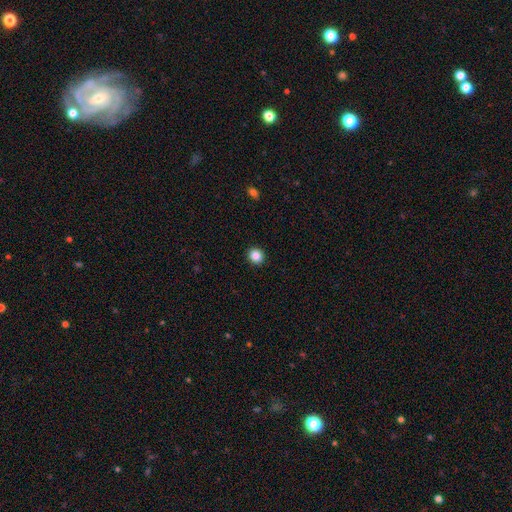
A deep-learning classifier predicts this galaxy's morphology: smooth_or_featured: smooth (p=0.86) [alt: star or artifact p=0.10]
how_rounded: round (p=0.87) [alt: in between p=0.12]
merging: none (p=0.93) [alt: minor disturbance p=0.05]